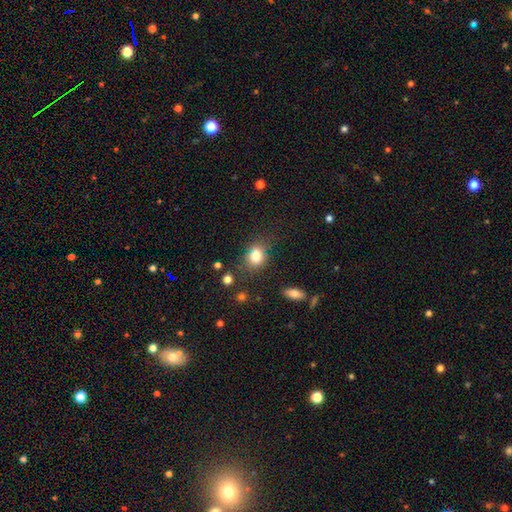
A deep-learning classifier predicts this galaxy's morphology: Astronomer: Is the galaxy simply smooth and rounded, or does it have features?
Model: smooth — 80%.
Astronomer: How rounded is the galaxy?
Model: in between — 52% (runner-up: round, 47%).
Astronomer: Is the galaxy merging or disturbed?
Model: none — 72%.